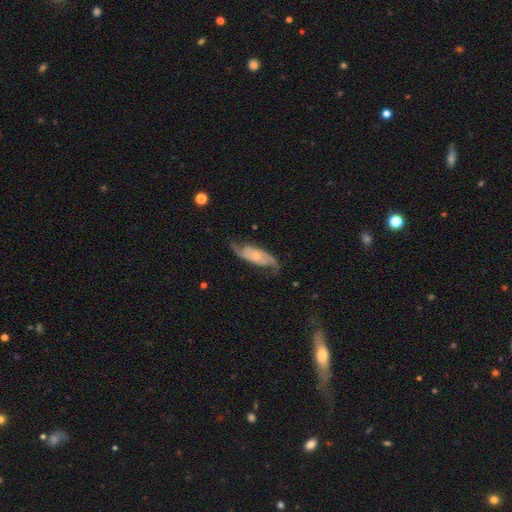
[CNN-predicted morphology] Overall: featured or disk (80%). Edge-on disk: no (90%). Bar: no (69%). Spiral arms: yes (94%). Spiral arm count: 2 (89%). Spiral winding: loose (44%; medium 39%). Bulge size: small (67%). Merging: none (71%).